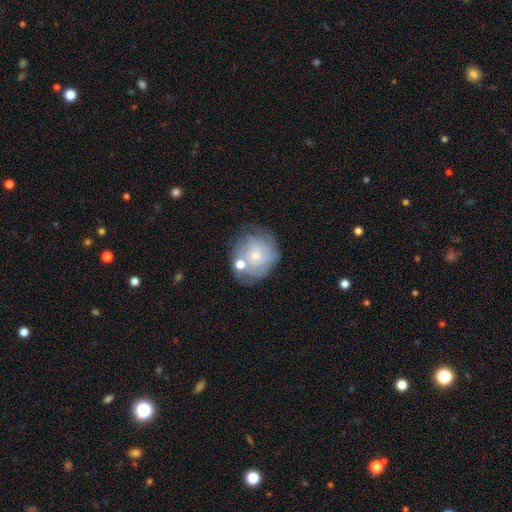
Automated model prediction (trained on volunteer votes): Morphology: type=featured or disk (47%); merging=none (56%).